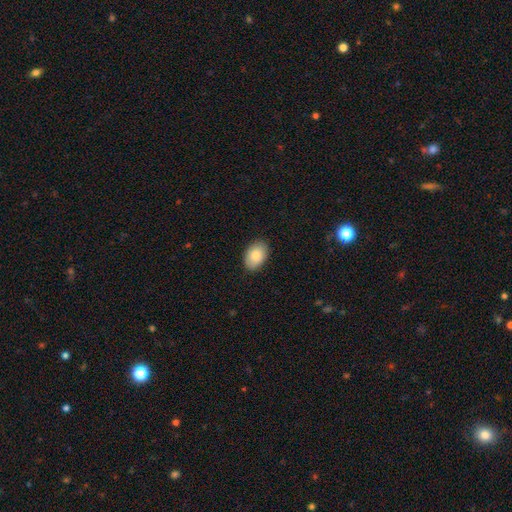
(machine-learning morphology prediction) Smooth or featured? smooth (87%)
How rounded? in between (89%)
Merging? none (87%)